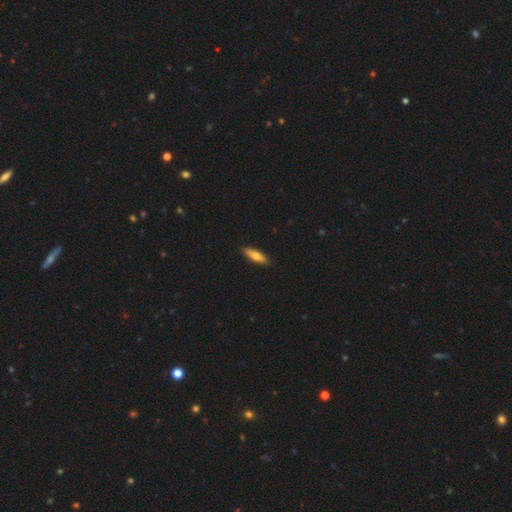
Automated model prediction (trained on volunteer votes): Q: Smooth or featured?
A: smooth (70%); runner-up: featured or disk (25%)
Q: How rounded?
A: cigar-shaped (57%); runner-up: in between (41%)
Q: Merging?
A: none (89%); runner-up: minor disturbance (8%)